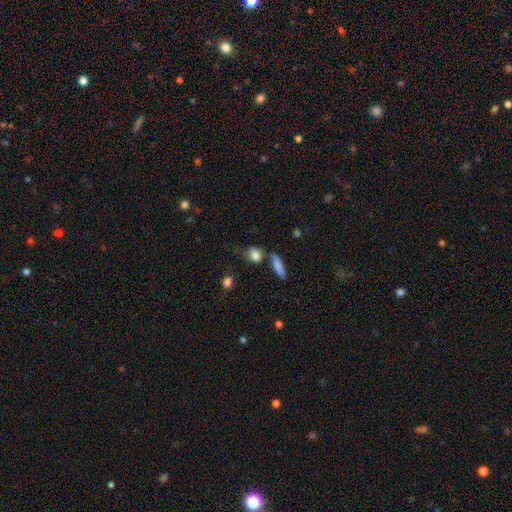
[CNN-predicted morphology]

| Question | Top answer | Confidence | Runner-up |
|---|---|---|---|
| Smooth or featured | smooth | 80% | featured or disk (11%) |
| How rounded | round | 51% | in between (42%) |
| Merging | none | 54% | minor disturbance (21%) |